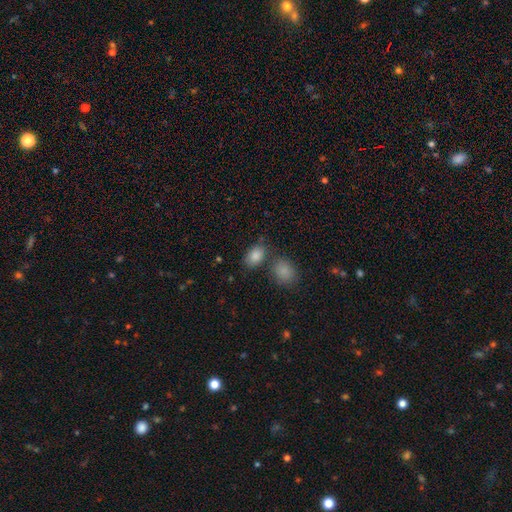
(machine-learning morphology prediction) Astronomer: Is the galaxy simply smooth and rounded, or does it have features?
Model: smooth — 86%.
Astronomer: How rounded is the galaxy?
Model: in between — 83%.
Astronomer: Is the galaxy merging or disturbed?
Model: none — 64%.